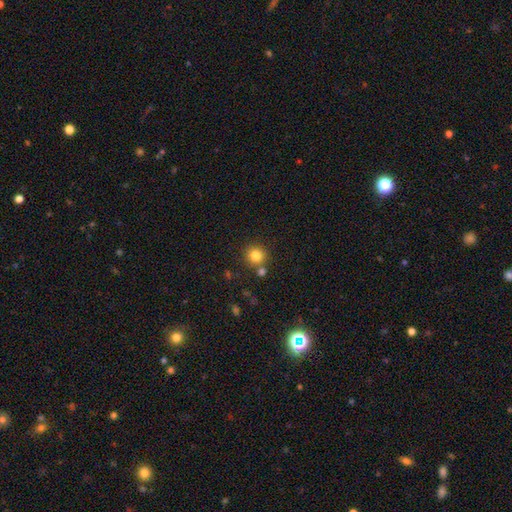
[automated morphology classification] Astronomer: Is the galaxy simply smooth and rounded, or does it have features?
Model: smooth — 82%.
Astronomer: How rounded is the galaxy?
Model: round — 92%.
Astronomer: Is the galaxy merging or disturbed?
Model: none — 78%.